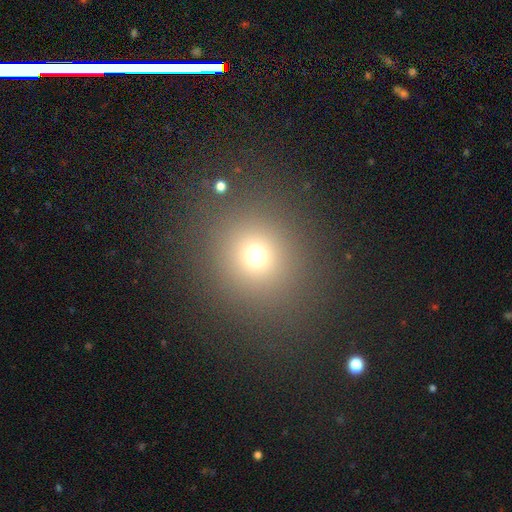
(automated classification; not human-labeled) Q: Smooth or featured?
A: smooth (69%); runner-up: star or artifact (23%)
Q: How rounded?
A: round (87%); runner-up: in between (11%)
Q: Merging?
A: none (85%); runner-up: minor disturbance (7%)